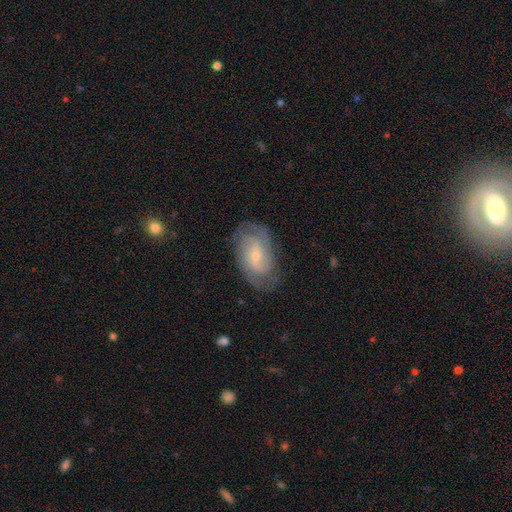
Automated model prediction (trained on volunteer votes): Smooth or featured? Predicted: featured or disk (p=0.78). Edge-on disk? Predicted: no (p=0.96). Bar? Predicted: no (p=0.49). Spiral arms? Predicted: yes (p=0.94). Spiral winding? Predicted: tight (p=0.48). Spiral arm count? Predicted: 2 (p=0.41). Bulge size? Predicted: small (p=0.73). Merging? Predicted: none (p=0.76).